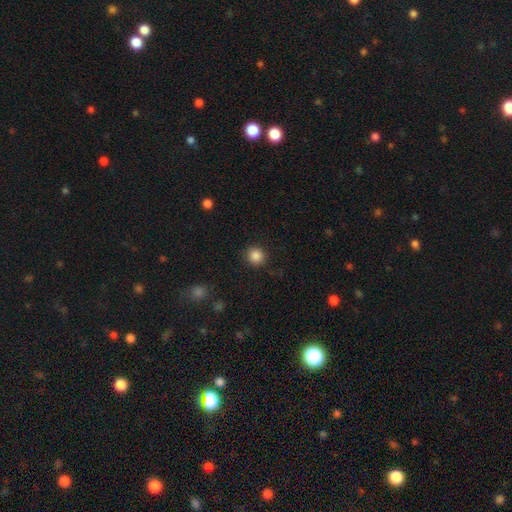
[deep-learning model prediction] Smooth or featured?
  - smooth: 86% *
  - star or artifact: 10%
  - featured or disk: 3%
How rounded?
  - round: 92% *
  - in between: 7%
  - cigar-shaped: 1%
Merging?
  - none: 90% *
  - minor disturbance: 6%
  - major disturbance: 2%
  - merger: 1%